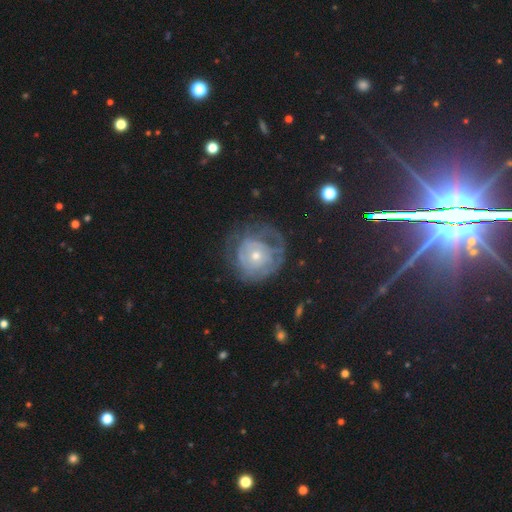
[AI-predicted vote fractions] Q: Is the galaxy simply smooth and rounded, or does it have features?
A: featured or disk — 68%.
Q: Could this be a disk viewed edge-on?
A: no — 97%.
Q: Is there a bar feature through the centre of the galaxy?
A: no — 84%.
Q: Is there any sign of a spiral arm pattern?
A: yes — 69%.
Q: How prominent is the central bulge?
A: small — 61%.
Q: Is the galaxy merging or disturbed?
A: none — 56%.